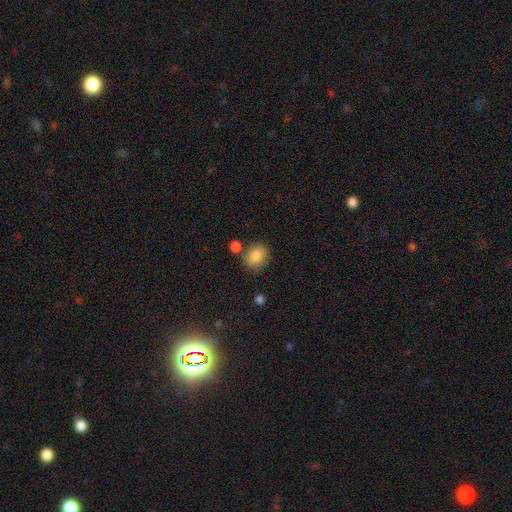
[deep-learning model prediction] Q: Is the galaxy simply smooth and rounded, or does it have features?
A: smooth — 85%.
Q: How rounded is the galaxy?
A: round — 58%.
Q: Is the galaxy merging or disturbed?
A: none — 72%.